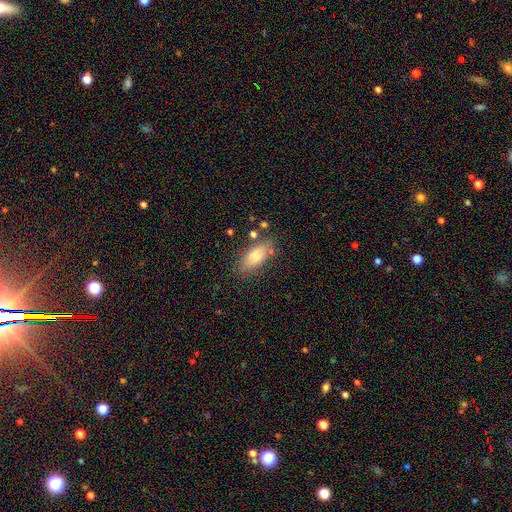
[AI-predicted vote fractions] smooth_or_featured: smooth (p=0.77) [alt: featured or disk p=0.16]
how_rounded: in between (p=0.79) [alt: cigar-shaped p=0.18]
merging: none (p=0.74) [alt: minor disturbance p=0.17]